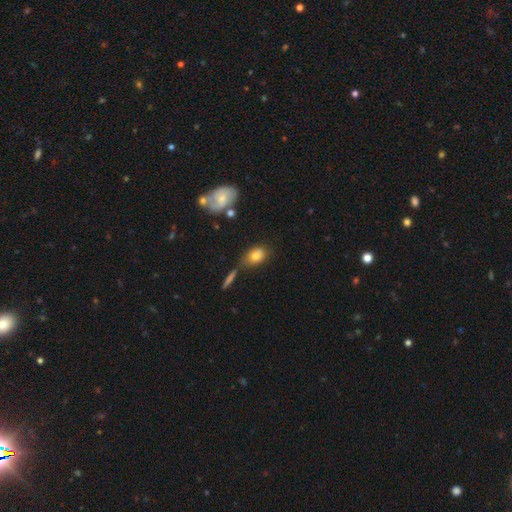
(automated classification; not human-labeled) smooth 77%, featured or disk 14%, star or artifact 9%. Down the decision tree: how rounded — in between (76%); merging — none (53%).